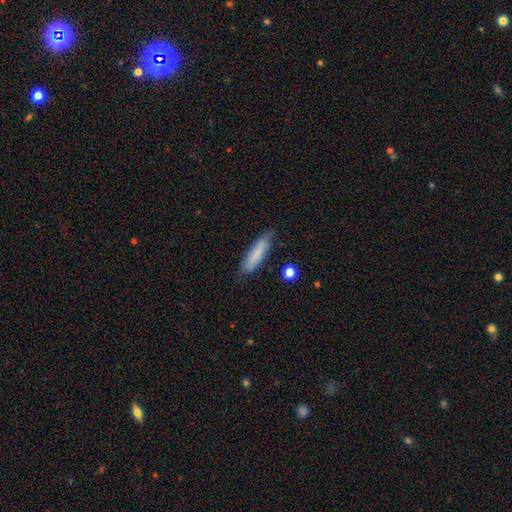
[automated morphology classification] Q: Smooth or featured?
A: smooth (79%); runner-up: featured or disk (15%)
Q: How rounded?
A: cigar-shaped (75%); runner-up: in between (24%)
Q: Merging?
A: none (81%); runner-up: minor disturbance (15%)